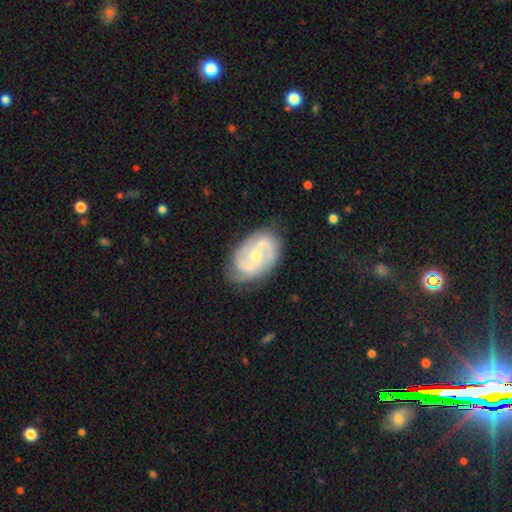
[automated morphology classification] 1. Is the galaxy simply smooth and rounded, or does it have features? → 86% featured or disk, 9% smooth, 5% star or artifact.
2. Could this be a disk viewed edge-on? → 97% no, 3% yes.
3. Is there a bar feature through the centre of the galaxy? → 56% no, 36% weak, 8% strong.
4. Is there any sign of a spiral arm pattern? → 97% yes, 3% no.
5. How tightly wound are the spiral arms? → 45% medium, 44% tight, 11% loose.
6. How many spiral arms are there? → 57% 2, 24% 3, 11% can't tell, 3% 4, 3% 1, 3% more than 4.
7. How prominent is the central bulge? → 51% small, 45% moderate, 2% large, 2% none, 1% dominant.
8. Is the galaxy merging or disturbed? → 76% none, 18% minor disturbance, 5% major disturbance, 1% merger.